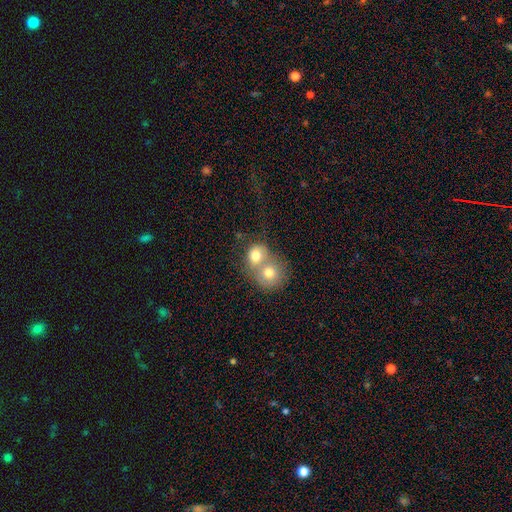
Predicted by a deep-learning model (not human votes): The model was most divided on "how rounded": round: 71%, in between: 28%, cigar-shaped: 1%. More confident: smooth or featured — smooth (73%); merging — merger (69%).